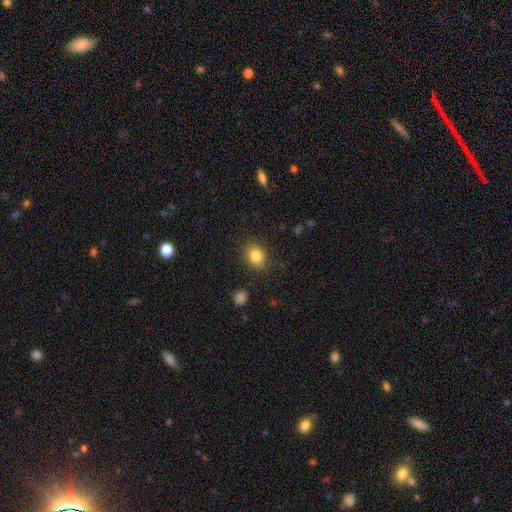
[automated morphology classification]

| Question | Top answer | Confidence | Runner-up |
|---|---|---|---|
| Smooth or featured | smooth | 85% | star or artifact (10%) |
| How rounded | in between | 54% | round (45%) |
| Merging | none | 83% | minor disturbance (12%) |